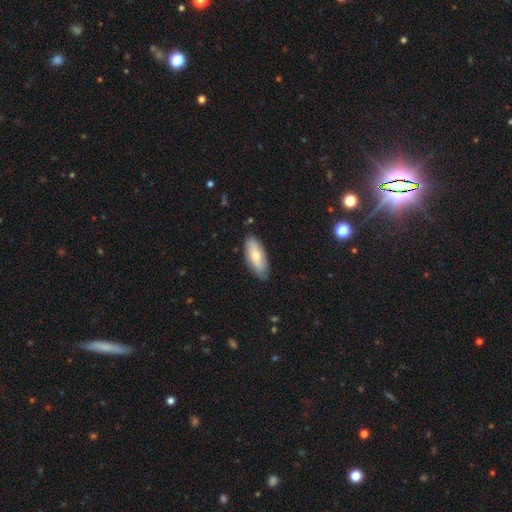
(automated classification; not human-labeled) A smooth galaxy with no disk features (71%) that is in between round and cigar-shaped (81%).

Vote fractions:
- Smooth or featured? smooth: 71% / featured or disk: 24% / star or artifact: 6%
- How rounded? in between: 81% / cigar-shaped: 17% / round: 2%
- Merging? none: 80% / minor disturbance: 16% / major disturbance: 3% / merger: 1%